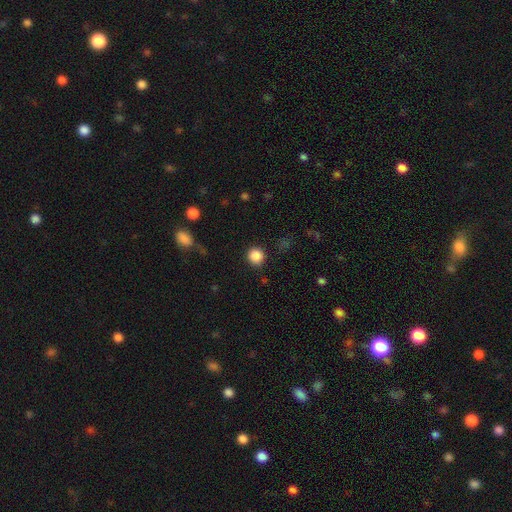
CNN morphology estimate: Q: Smooth or featured?
A: smooth (87%); runner-up: star or artifact (10%)
Q: How rounded?
A: round (92%); runner-up: in between (7%)
Q: Merging?
A: none (88%); runner-up: minor disturbance (7%)